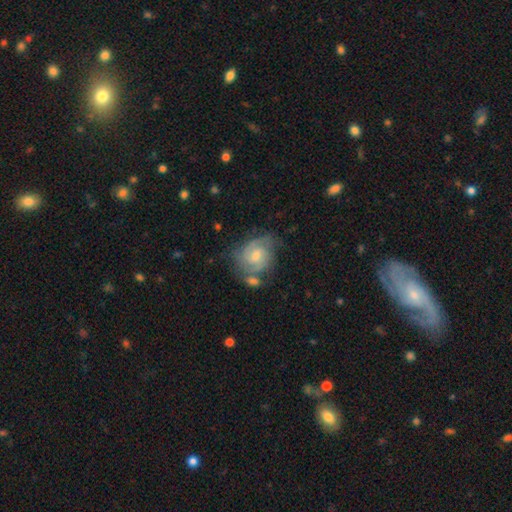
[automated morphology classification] A featured or disk galaxy (69%) with no bar (61%), 2 (48%) tight (53%) spiral arms (89%) and a moderate central bulge (52%). Merging: none (58%).